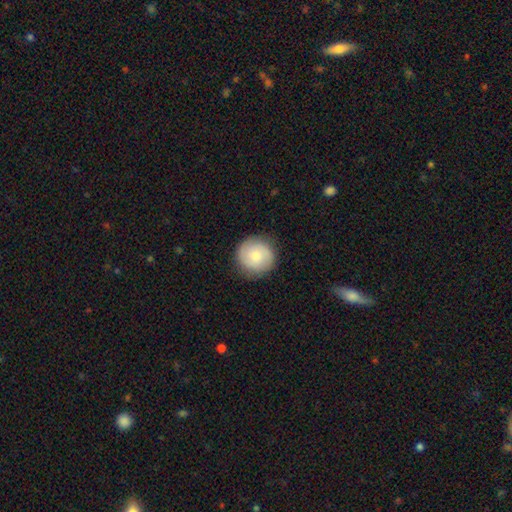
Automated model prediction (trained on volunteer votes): smooth 66%, featured or disk 28%, star or artifact 6%. Down the decision tree: how rounded — round (94%); merging — none (87%).